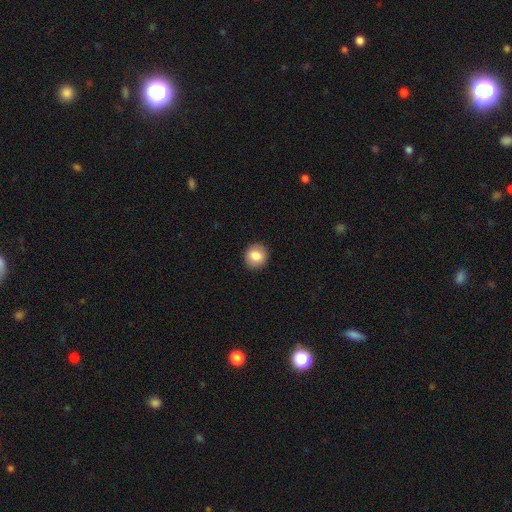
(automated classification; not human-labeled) This appears to be a smooth galaxy with no disk features (84%) that is round (83%). Merging: none (91%).